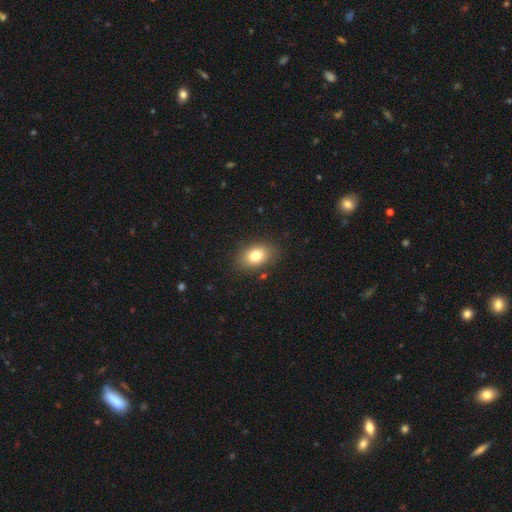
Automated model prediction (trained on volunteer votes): The model was most divided on "how rounded": in between: 78%, round: 21%, cigar-shaped: 1%. More confident: merging — none (84%); smooth or featured — smooth (78%).